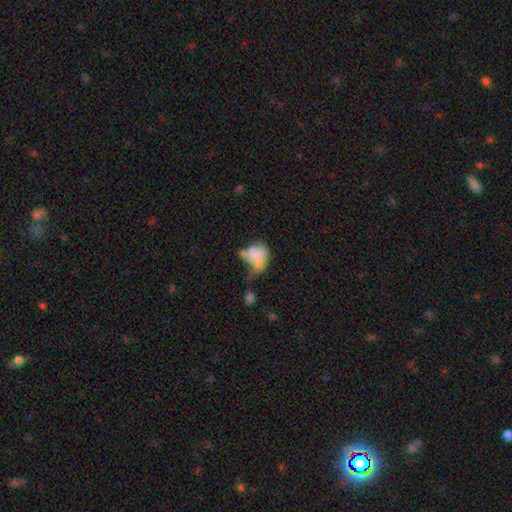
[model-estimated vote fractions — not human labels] This is likely a smooth galaxy (60%). How rounded: likely in between (63%). Merging: marginally merger (40%).